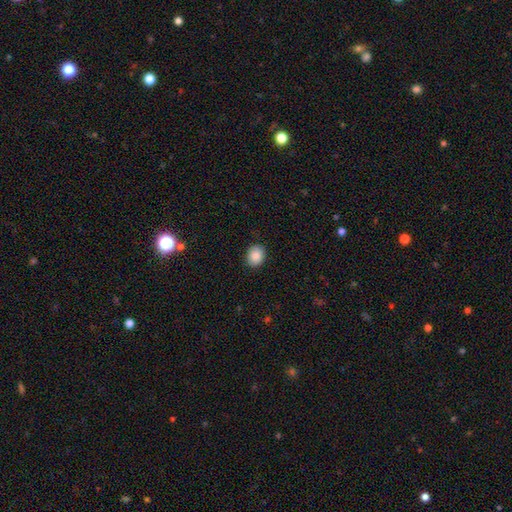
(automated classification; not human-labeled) Smooth or featured? smooth (88%)
How rounded? round (59%)
Merging? none (87%)